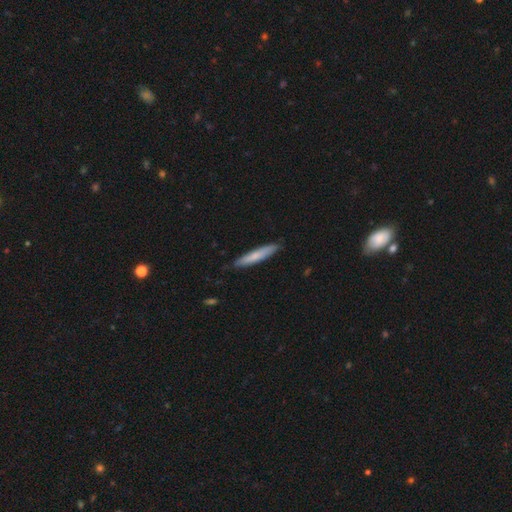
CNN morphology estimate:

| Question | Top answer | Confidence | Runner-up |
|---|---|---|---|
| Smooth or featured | smooth | 69% | featured or disk (25%) |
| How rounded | cigar-shaped | 91% | in between (7%) |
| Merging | none | 86% | minor disturbance (12%) |